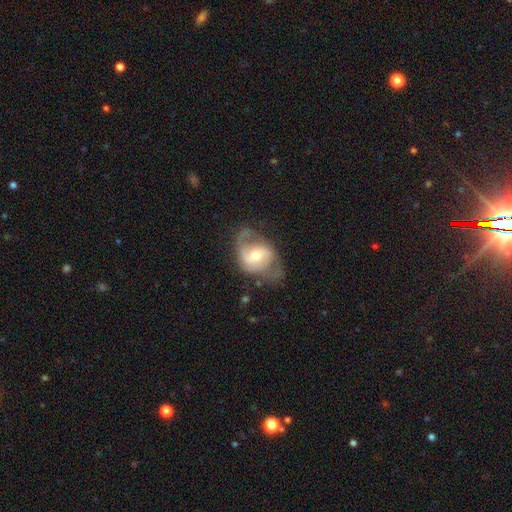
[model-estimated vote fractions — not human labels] Smooth or featured? Predicted: featured or disk (p=0.73). Edge-on disk? Predicted: no (p=0.96). Bar? Predicted: weak (p=0.44). Spiral arms? Predicted: yes (p=0.84). Spiral winding? Predicted: medium (p=0.45). Spiral arm count? Predicted: 2 (p=0.78). Bulge size? Predicted: moderate (p=0.63). Merging? Predicted: none (p=0.52).